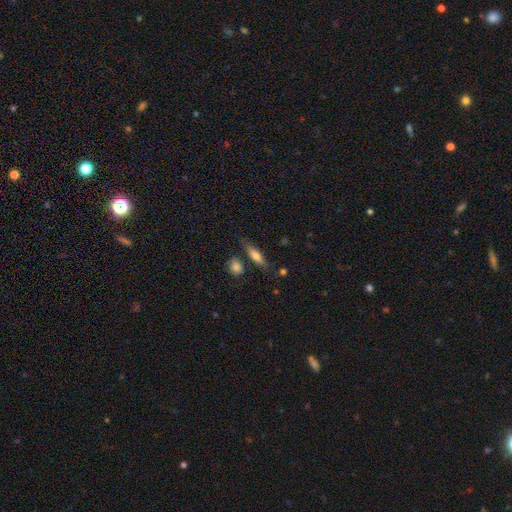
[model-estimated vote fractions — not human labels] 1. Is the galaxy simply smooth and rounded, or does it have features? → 66% smooth, 27% featured or disk, 8% star or artifact.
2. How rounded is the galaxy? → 56% cigar-shaped, 40% in between, 4% round.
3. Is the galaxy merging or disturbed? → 72% none, 16% minor disturbance, 8% merger, 4% major disturbance.